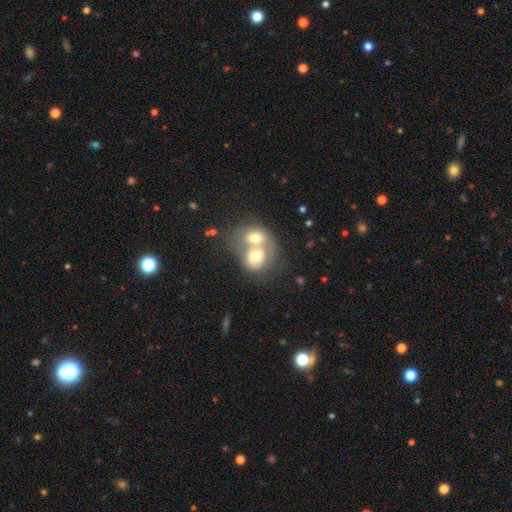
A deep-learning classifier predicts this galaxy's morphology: Smooth or featured? Predicted: smooth (p=0.59). How rounded? Predicted: round (p=0.52). Merging? Predicted: merger (p=0.79).